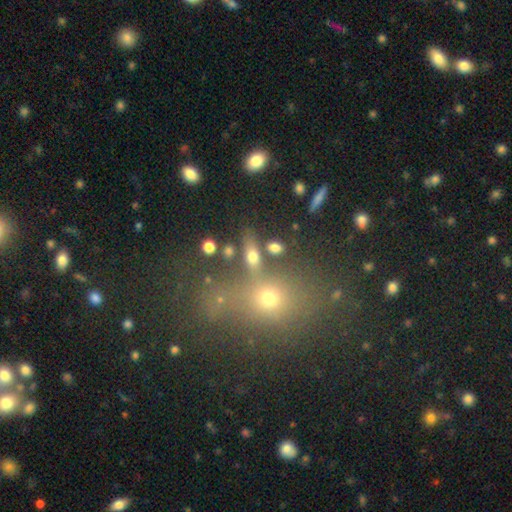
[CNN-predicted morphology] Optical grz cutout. It shows a smooth galaxy with no disk features (54%) that is in between round and cigar-shaped (55%). Merging: none (67%).